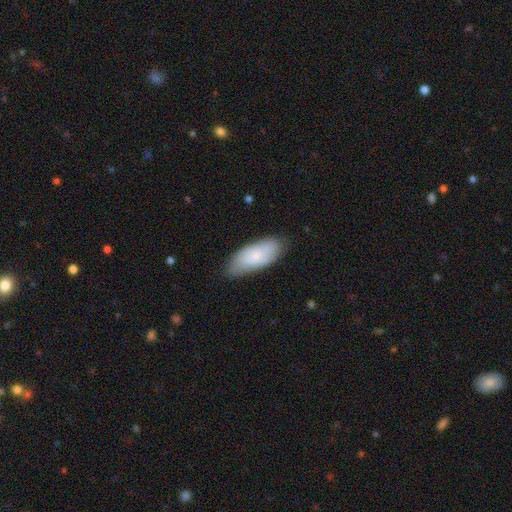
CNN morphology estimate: This is likely a smooth galaxy (74%). How rounded: clearly in between (83%). Merging: likely none (77%).